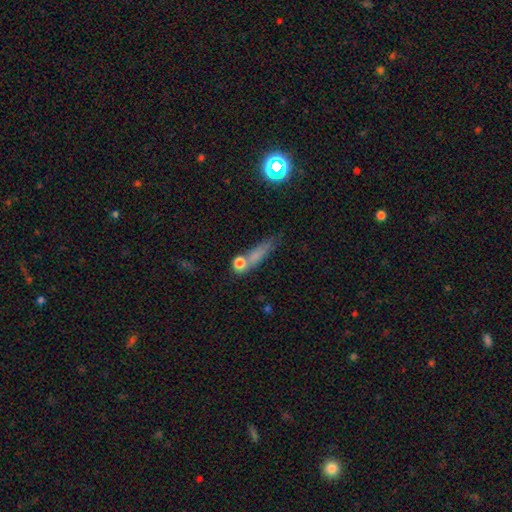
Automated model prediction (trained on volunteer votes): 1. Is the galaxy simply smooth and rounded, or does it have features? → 64% smooth, 19% featured or disk, 17% star or artifact.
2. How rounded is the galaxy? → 60% cigar-shaped, 24% in between, 16% round.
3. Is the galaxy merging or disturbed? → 54% none, 19% merger, 17% minor disturbance, 10% major disturbance.